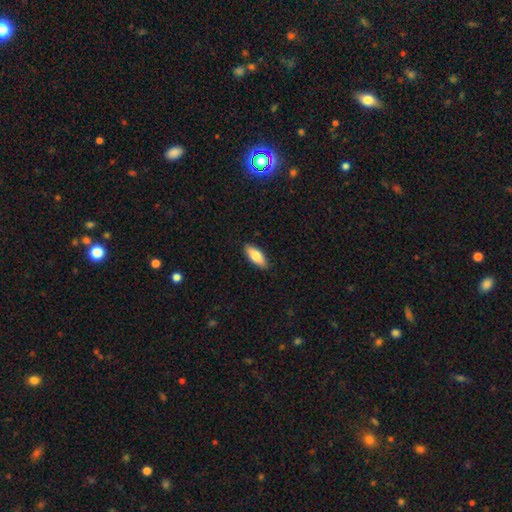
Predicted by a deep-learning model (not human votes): Smooth or featured? Predicted: smooth (p=0.82). How rounded? Predicted: in between (p=0.78). Merging? Predicted: none (p=0.88).